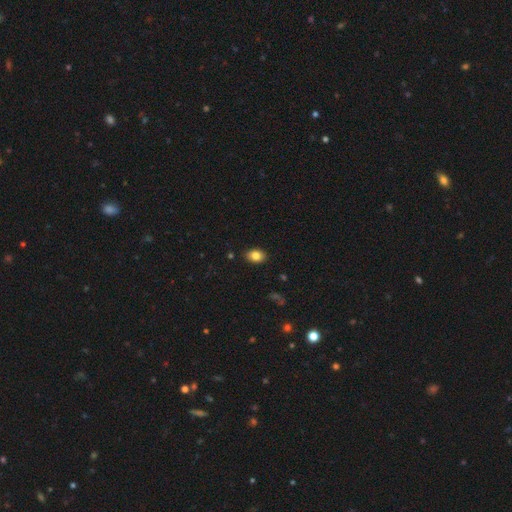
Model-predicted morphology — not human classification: Q: Smooth or featured?
A: smooth (83%); runner-up: star or artifact (9%)
Q: How rounded?
A: in between (80%); runner-up: round (19%)
Q: Merging?
A: none (89%); runner-up: minor disturbance (8%)